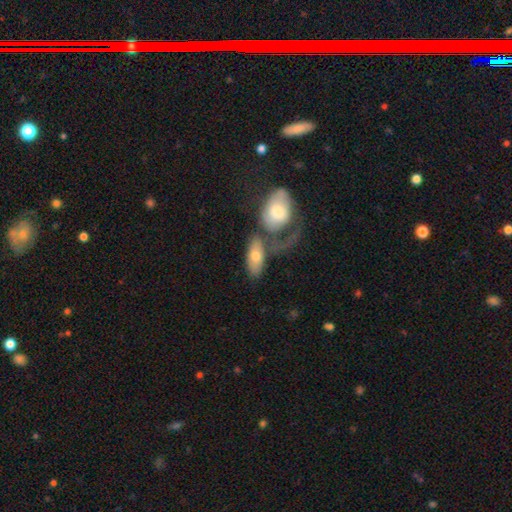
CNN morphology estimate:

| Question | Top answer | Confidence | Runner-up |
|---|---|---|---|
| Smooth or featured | smooth | 67% | featured or disk (28%) |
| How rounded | in between | 86% | cigar-shaped (9%) |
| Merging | none | 38% | tied: merger (38%) |